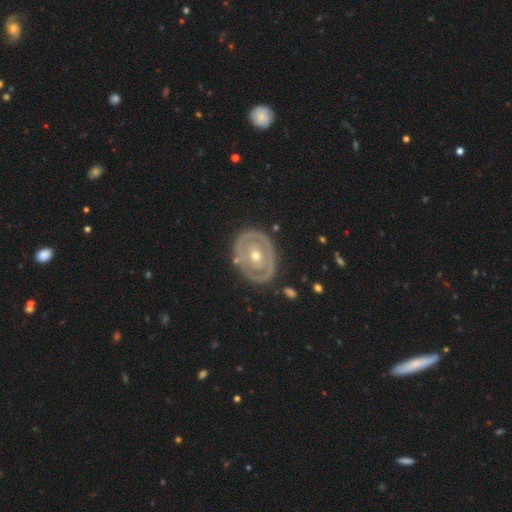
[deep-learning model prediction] A featured or disk galaxy (75%) with no bar (81%), no spiral arms (61%) and a moderate central bulge (58%).

Vote fractions:
- Smooth or featured? featured or disk: 75% / smooth: 20% / star or artifact: 4%
- Edge-on disk? no: 95% / yes: 5%
- Bar? no: 81% / weak: 13% / strong: 6%
- Spiral arms? no: 61% / yes: 39%
- Bulge size? moderate: 58% / small: 38% / large: 2% / none: 1% / dominant: 1%
- Merging? none: 78% / minor disturbance: 15% / major disturbance: 5% / merger: 2%